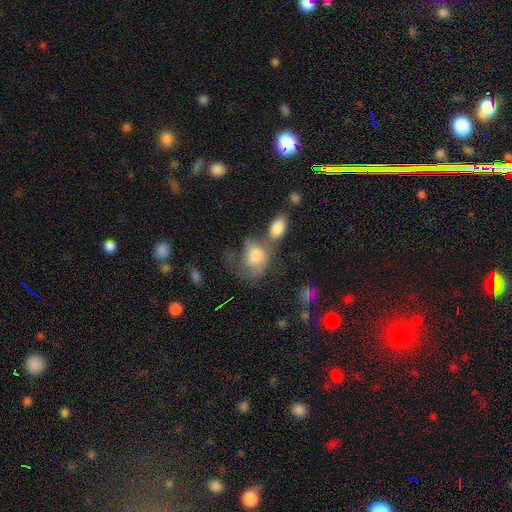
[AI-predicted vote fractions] Overall: smooth (69%). How rounded: in between (63%; round 35%). Merging: merger (36%; major disturbance 24%).